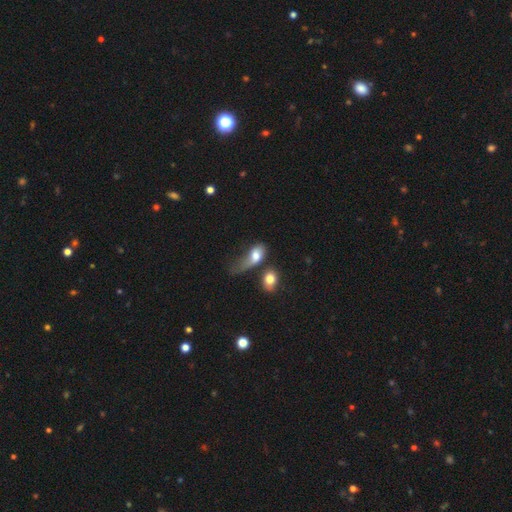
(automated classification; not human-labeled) Q: Smooth or featured?
A: smooth (71%); runner-up: featured or disk (21%)
Q: How rounded?
A: in between (77%); runner-up: round (17%)
Q: Merging?
A: major disturbance (42%); runner-up: merger (27%)